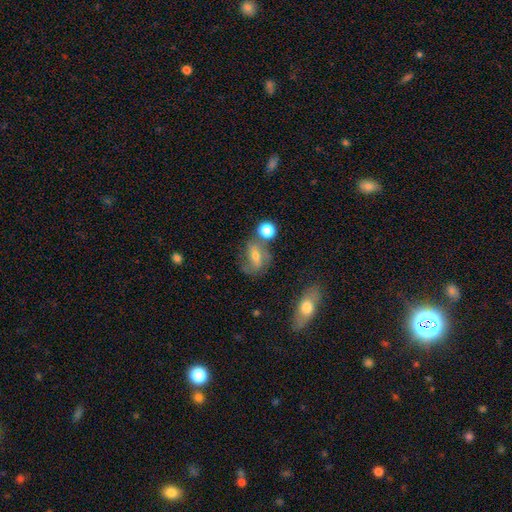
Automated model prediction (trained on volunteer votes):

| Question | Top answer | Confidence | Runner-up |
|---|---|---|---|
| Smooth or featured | featured or disk | 44% | smooth (43%) |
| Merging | none | 58% | minor disturbance (18%) |